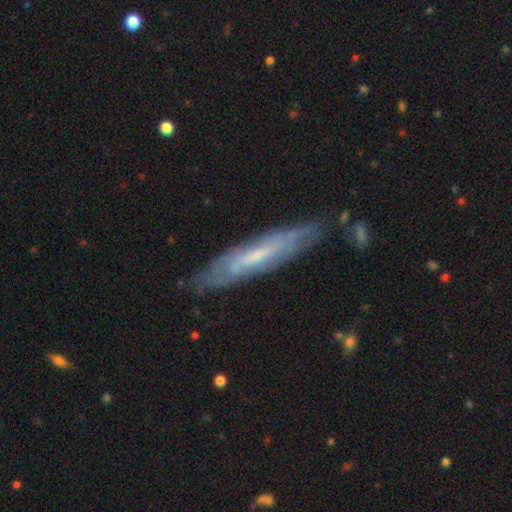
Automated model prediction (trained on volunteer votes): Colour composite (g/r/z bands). It shows a featured or disk galaxy (62%) viewed edge-on (57%). Merging: none (77%).